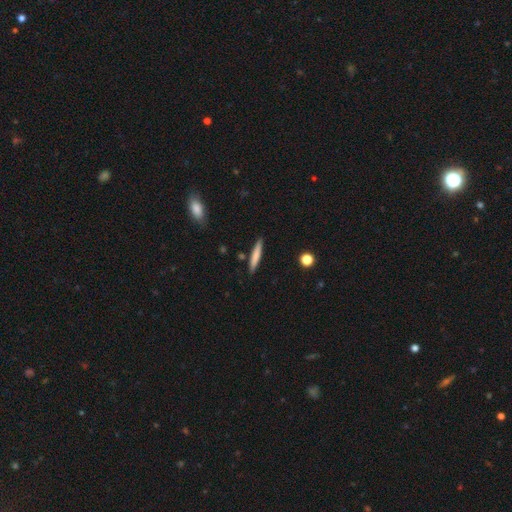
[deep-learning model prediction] A smooth galaxy with no disk features (74%) that is cigar-shaped (93%).

Vote fractions:
- Smooth or featured? smooth: 74% / featured or disk: 20% / star or artifact: 6%
- How rounded? cigar-shaped: 93% / in between: 5% / round: 1%
- Merging? none: 89% / minor disturbance: 8% / merger: 2% / major disturbance: 2%